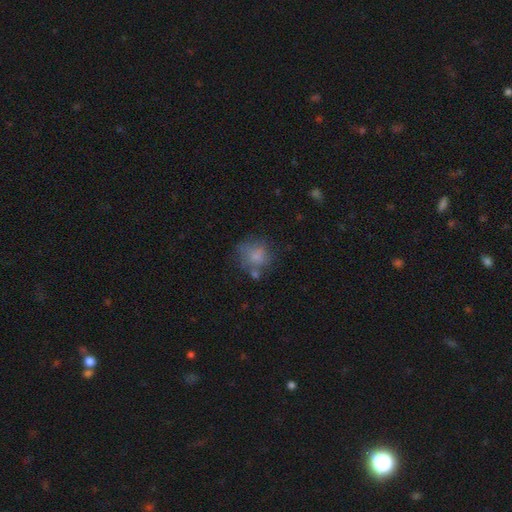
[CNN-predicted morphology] Smooth or featured? Predicted: smooth (p=0.71). How rounded? Predicted: round (p=0.76). Merging? Predicted: none (p=0.53).